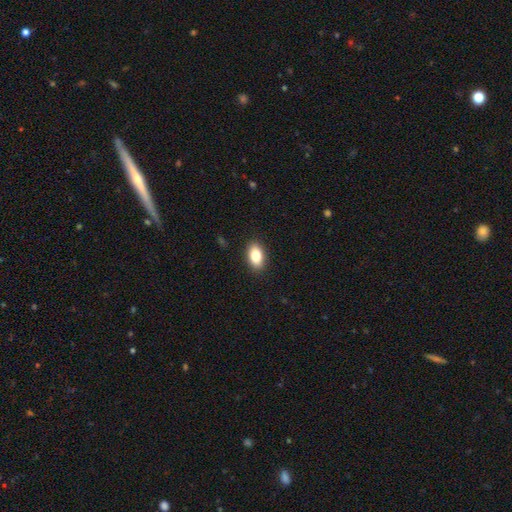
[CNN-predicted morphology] Smooth or featured? Predicted: smooth (p=0.83). How rounded? Predicted: in between (p=0.90). Merging? Predicted: none (p=0.90).